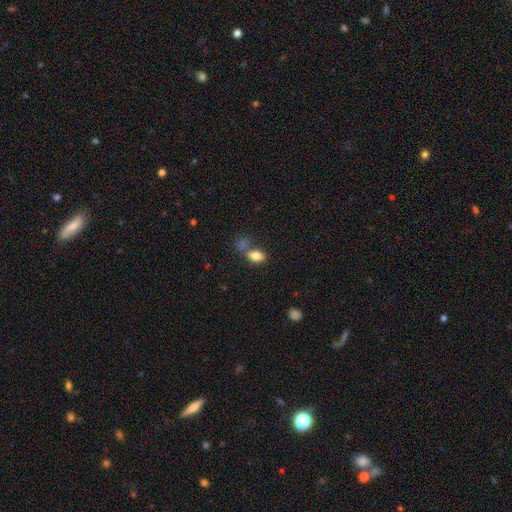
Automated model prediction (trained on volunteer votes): Smooth or featured? smooth (81%)
How rounded? in between (87%)
Merging? none (46%)